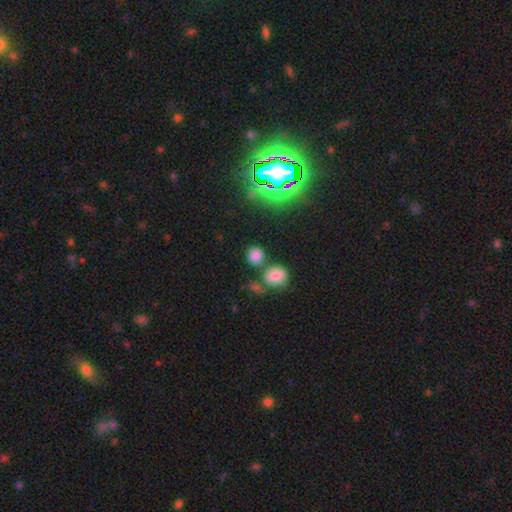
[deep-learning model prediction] smooth 80%, star or artifact 15%, featured or disk 6%. Down the decision tree: how rounded — round (81%); merging — none (67%).